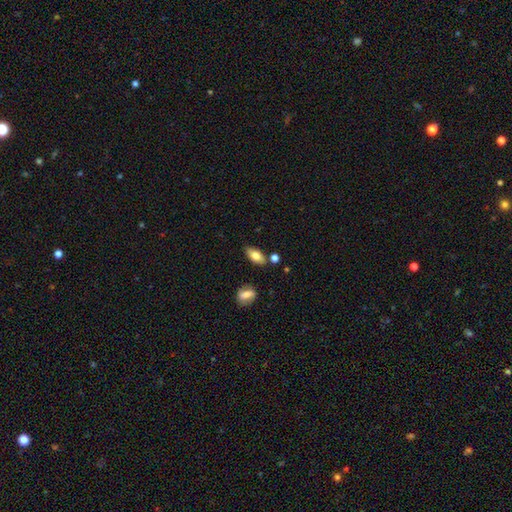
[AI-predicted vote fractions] This appears to be a smooth galaxy with no disk features (76%) that is in between round and cigar-shaped (85%). Merging: none (78%).